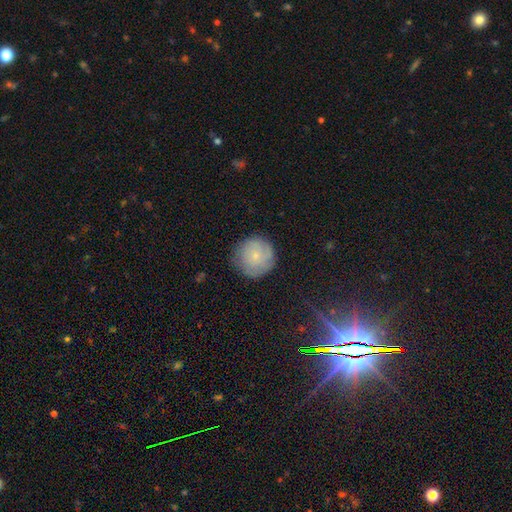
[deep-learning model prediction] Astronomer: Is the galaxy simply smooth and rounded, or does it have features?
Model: smooth — 68%.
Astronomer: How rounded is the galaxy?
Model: round — 95%.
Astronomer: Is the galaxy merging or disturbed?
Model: none — 79%.